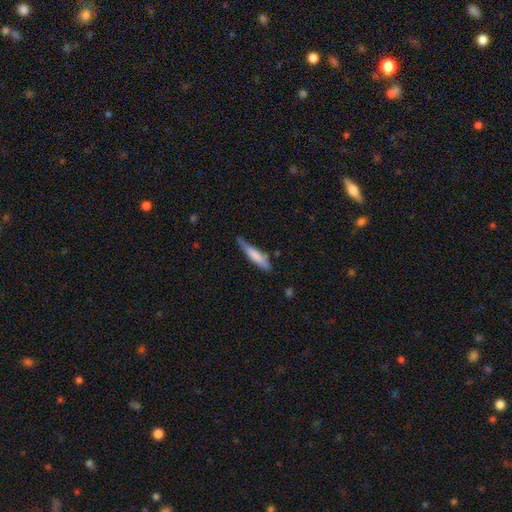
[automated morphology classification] Overall: smooth (73%). How rounded: cigar-shaped (82%). Merging: none (54%; minor disturbance 35%).